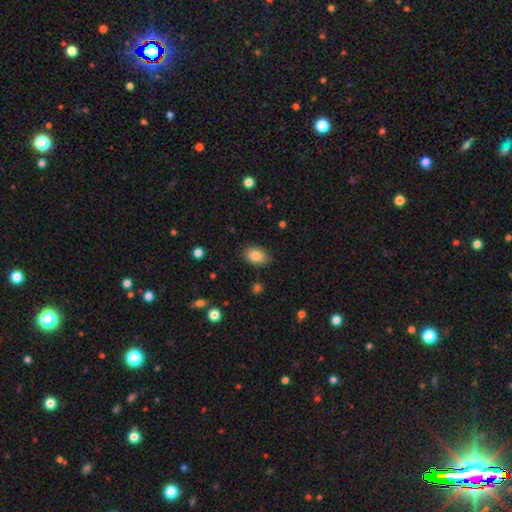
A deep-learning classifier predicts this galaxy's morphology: Smooth or featured: smooth — 85% (star or artifact — 8%)
How rounded: in between — 85% (round — 14%)
Merging: none — 81% (minor disturbance — 15%)